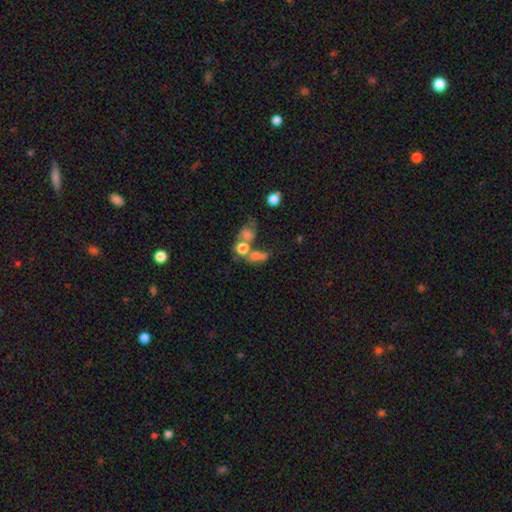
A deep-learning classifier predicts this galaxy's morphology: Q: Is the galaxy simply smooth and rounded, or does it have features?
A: smooth — 59%.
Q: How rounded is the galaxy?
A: in between — 57%.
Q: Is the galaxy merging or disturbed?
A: merger — 46%.